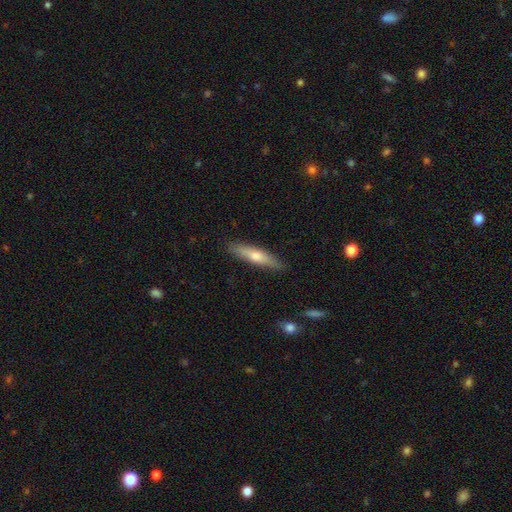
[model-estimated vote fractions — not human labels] Overall: smooth (56%; featured or disk 38%). How rounded: cigar-shaped (83%). Merging: none (88%).